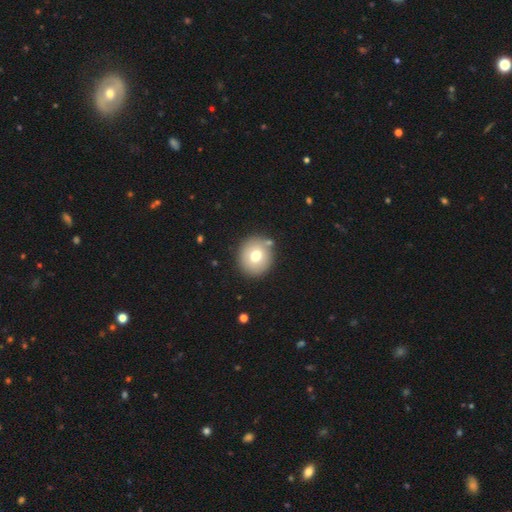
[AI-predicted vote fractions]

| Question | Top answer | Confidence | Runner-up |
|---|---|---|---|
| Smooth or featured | smooth | 73% | featured or disk (17%) |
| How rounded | round | 83% | in between (16%) |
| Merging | none | 82% | minor disturbance (9%) |